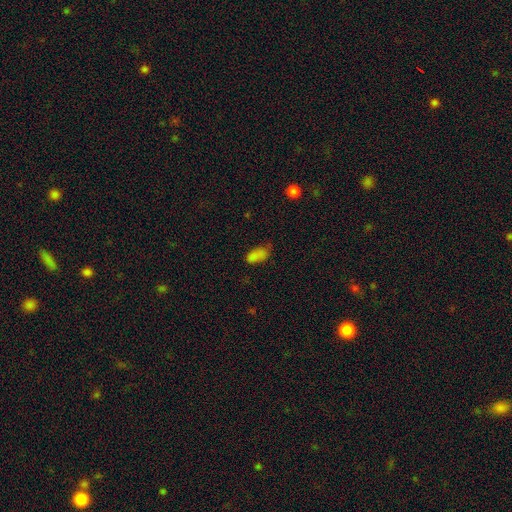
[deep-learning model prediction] Smooth or featured: smooth — 79% (star or artifact — 14%)
How rounded: in between — 91% (cigar-shaped — 6%)
Merging: none — 52% (minor disturbance — 31%)